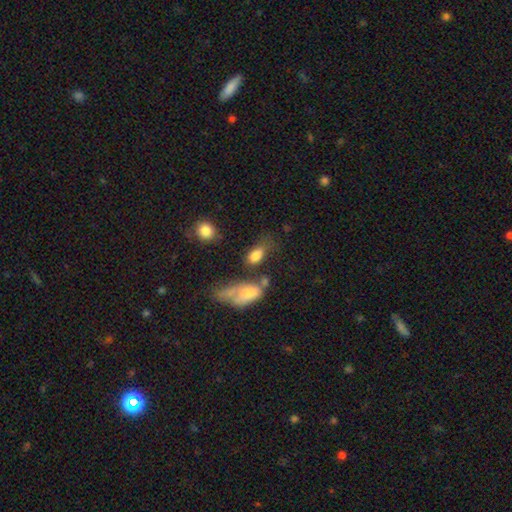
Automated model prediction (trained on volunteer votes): This appears to be a smooth galaxy with no disk features (81%) that is in between round and cigar-shaped (88%). Merging: none (44%).